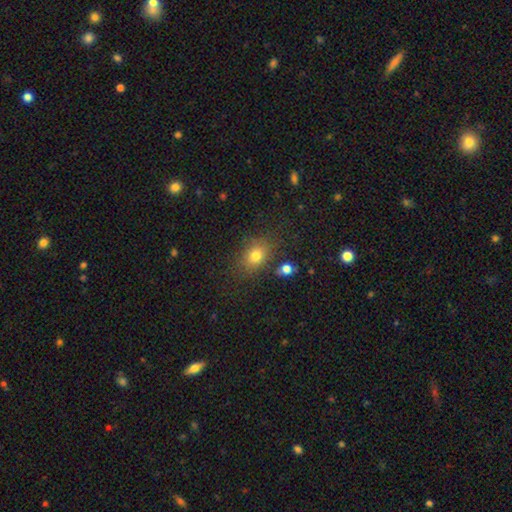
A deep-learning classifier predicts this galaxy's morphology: smooth_or_featured: smooth (p=0.76) [alt: star or artifact p=0.14]
how_rounded: in between (p=0.61) [alt: round p=0.38]
merging: none (p=0.74) [alt: minor disturbance p=0.14]